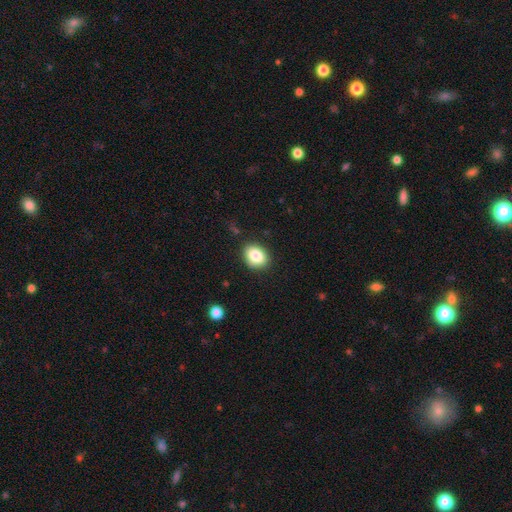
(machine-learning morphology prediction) smooth_or_featured: smooth (p=0.84) [alt: star or artifact p=0.09]
how_rounded: in between (p=0.60) [alt: round p=0.39]
merging: none (p=0.86) [alt: minor disturbance p=0.10]